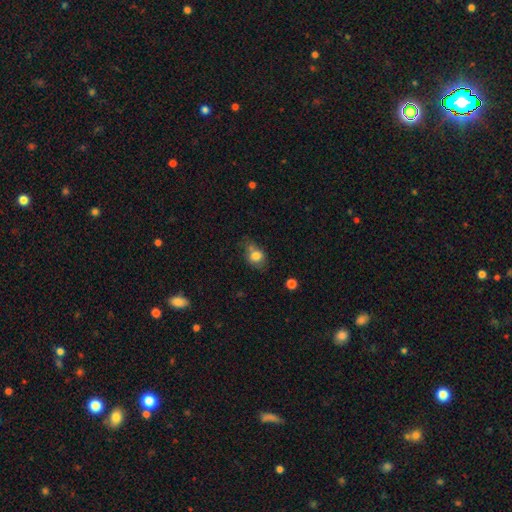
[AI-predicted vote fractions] Smooth or featured? Predicted: smooth (p=0.77). How rounded? Predicted: in between (p=0.51). Merging? Predicted: none (p=0.48).